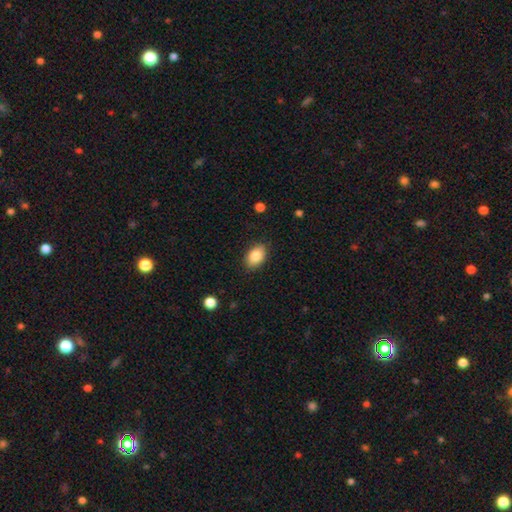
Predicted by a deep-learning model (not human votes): smooth 85%, star or artifact 7%, featured or disk 7%. Down the decision tree: how rounded — in between (88%); merging — none (86%).